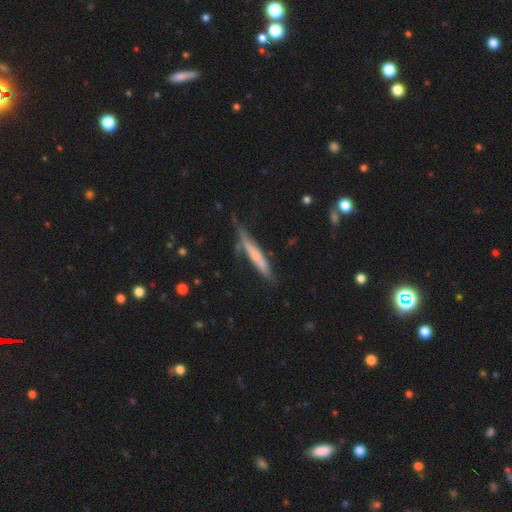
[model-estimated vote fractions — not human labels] A smooth galaxy with no disk features (53%) that is cigar-shaped (93%).

Vote fractions:
- Smooth or featured? smooth: 53% / featured or disk: 41% / star or artifact: 7%
- How rounded? cigar-shaped: 93% / in between: 6% / round: 2%
- Merging? none: 60% / minor disturbance: 26% / major disturbance: 8% / merger: 6%